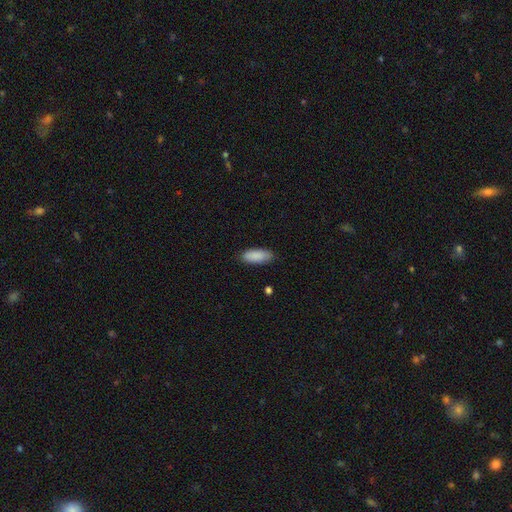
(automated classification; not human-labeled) A smooth galaxy with no disk features (90%) that is in between round and cigar-shaped (79%). Merging: none (87%).